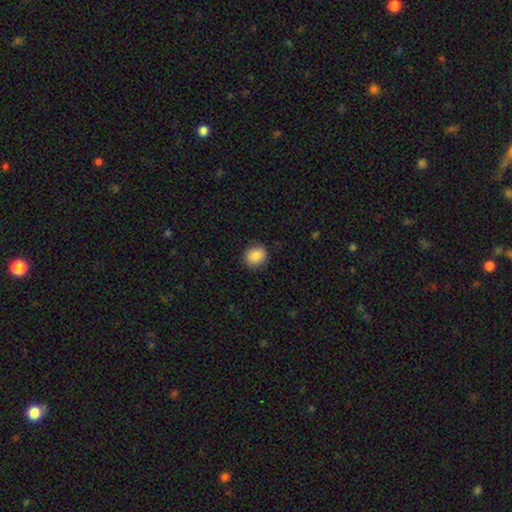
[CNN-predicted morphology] Overall: smooth (87%). How rounded: round (71%). Merging: none (88%).